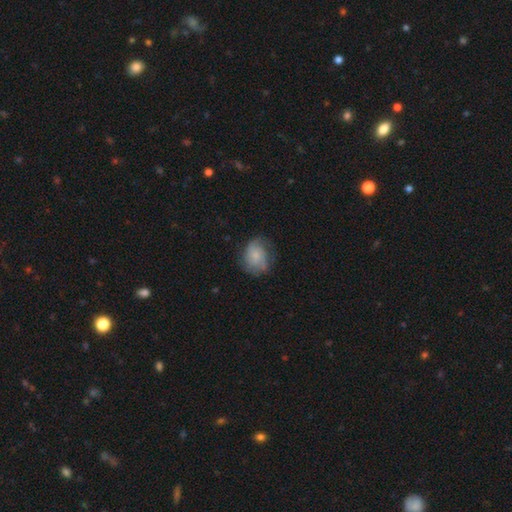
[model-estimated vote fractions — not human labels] Q: Smooth or featured?
A: featured or disk (49%); runner-up: smooth (43%)
Q: Merging?
A: none (63%); runner-up: minor disturbance (24%)